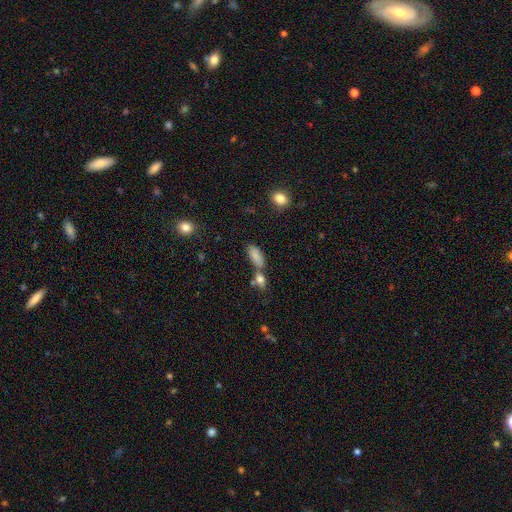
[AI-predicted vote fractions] The model was most divided on "merging": none: 45%, merger: 33%, minor disturbance: 15%, major disturbance: 6%. More confident: smooth or featured — smooth (81%); how rounded — in between (80%).